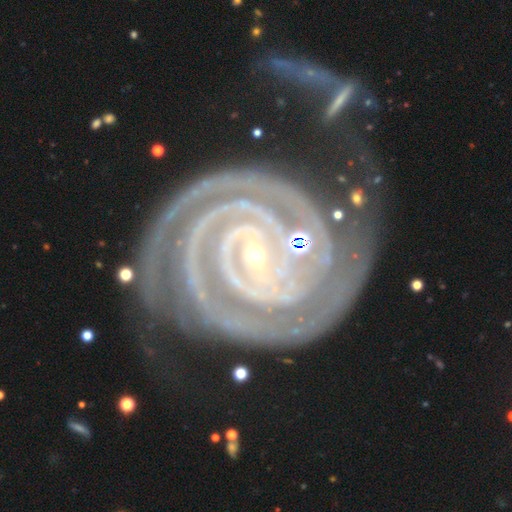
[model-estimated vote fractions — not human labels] A featured or disk galaxy (93%) with no bar (45%), 2 (66%) tight (90%) spiral arms (99%) and a small central bulge (81%).

Vote fractions:
- Smooth or featured? featured or disk: 93% / star or artifact: 5% / smooth: 2%
- Edge-on disk? no: 97% / yes: 3%
- Bar? no: 45% / strong: 29% / weak: 26%
- Spiral arms? yes: 99% / no: 1%
- Spiral winding? tight: 90% / medium: 9% / loose: 2%
- Spiral arm count? 2: 66% / 3: 14% / can't tell: 6% / 4: 5% / more than 4: 4% / 1: 4%
- Bulge size? small: 81% / moderate: 16% / none: 2% / large: 1% / dominant: 1%
- Merging? none: 51% / minor disturbance: 19% / merger: 18% / major disturbance: 12%